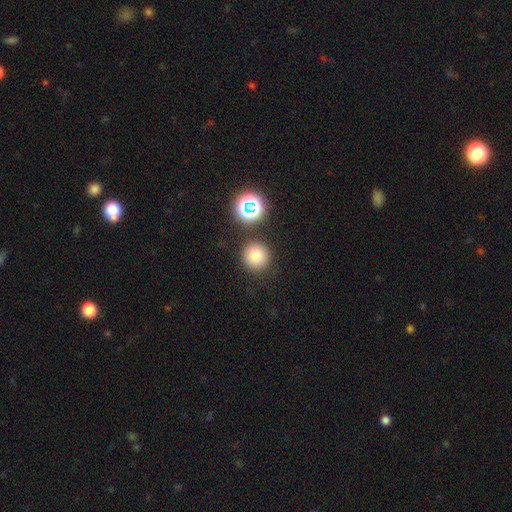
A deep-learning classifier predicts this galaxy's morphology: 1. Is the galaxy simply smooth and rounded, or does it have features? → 78% smooth, 16% star or artifact, 6% featured or disk.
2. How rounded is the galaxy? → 94% round, 5% in between, 1% cigar-shaped.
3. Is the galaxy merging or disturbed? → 83% none, 8% minor disturbance, 6% merger, 3% major disturbance.